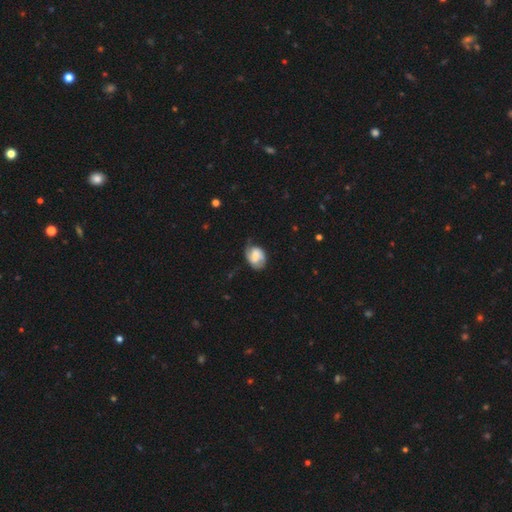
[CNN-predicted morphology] Overall: featured or disk (55%; smooth 38%). Edge-on disk: no (97%). Bar: weak (46%; no 33%). Spiral arms: yes (87%). Bulge size: moderate (32%; small 28%). Merging: none (56%; minor disturbance 30%).